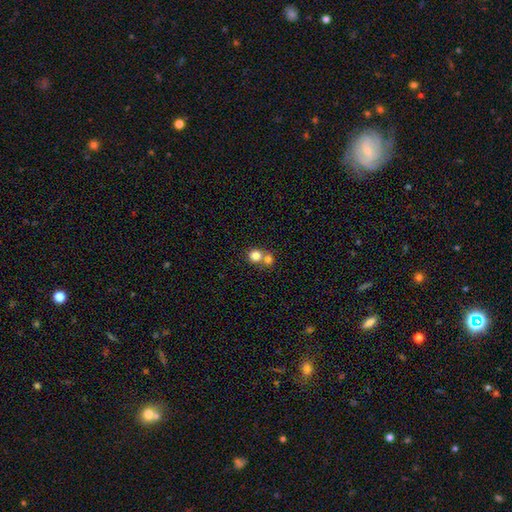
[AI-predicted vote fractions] smooth_or_featured: smooth (p=0.80) [alt: star or artifact p=0.11]
how_rounded: round (p=0.87) [alt: in between p=0.12]
merging: merger (p=0.49) [alt: none p=0.43]